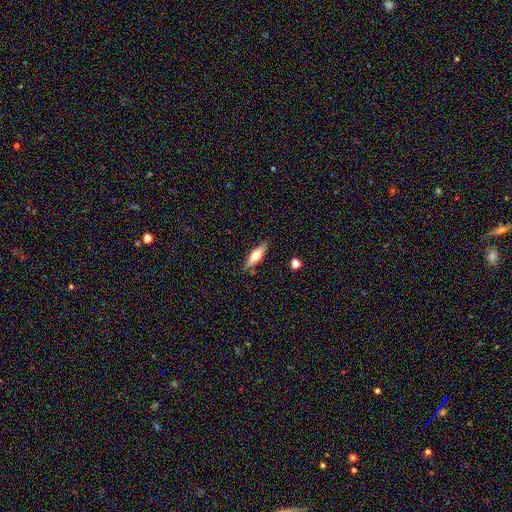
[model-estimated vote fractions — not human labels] smooth-or-featured: smooth: 55% | featured or disk: 38% | star or artifact: 7%
  how-rounded: cigar-shaped: 50% | in between: 48% | round: 3%
  merging: none: 86% | minor disturbance: 10% | major disturbance: 2% | merger: 2%